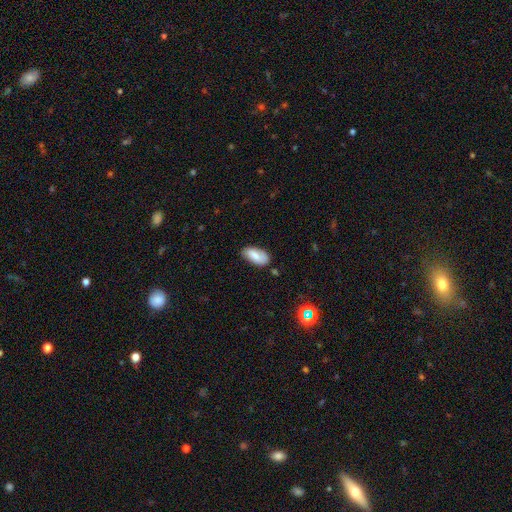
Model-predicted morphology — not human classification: Smooth or featured? smooth (73%)
How rounded? in between (92%)
Merging? none (73%)